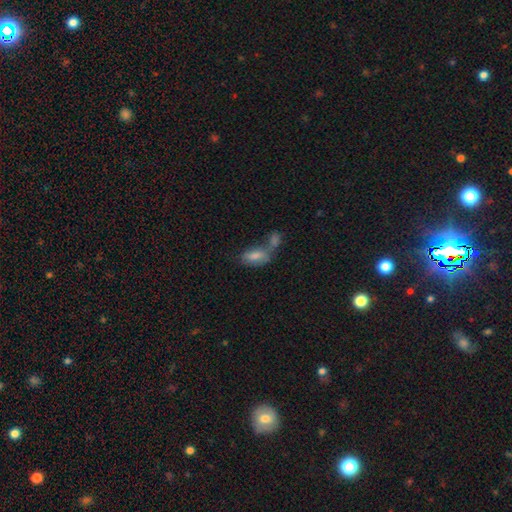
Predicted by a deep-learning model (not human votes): Smooth or featured?
  - smooth: 76% *
  - featured or disk: 16%
  - star or artifact: 8%
How rounded?
  - in between: 87% *
  - cigar-shaped: 9%
  - round: 4%
Merging?
  - merger: 56% *
  - none: 24%
  - minor disturbance: 12%
  - major disturbance: 8%